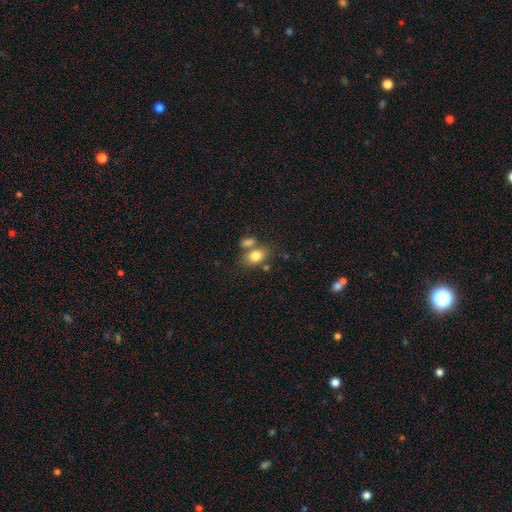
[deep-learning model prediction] Smooth or featured?
  - smooth: 80% *
  - featured or disk: 11%
  - star or artifact: 10%
How rounded?
  - in between: 74% *
  - round: 24%
  - cigar-shaped: 2%
Merging?
  - none: 50% *
  - merger: 32%
  - minor disturbance: 13%
  - major disturbance: 5%